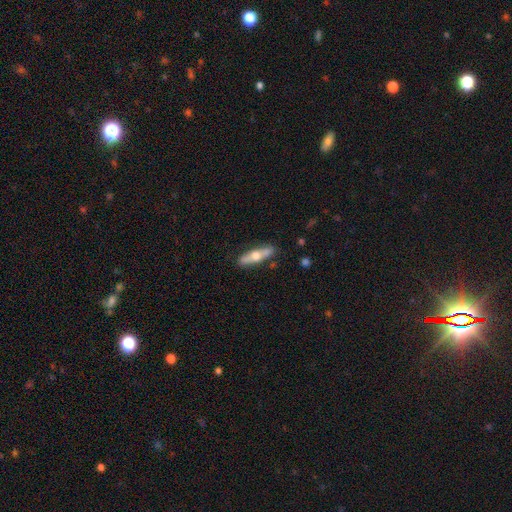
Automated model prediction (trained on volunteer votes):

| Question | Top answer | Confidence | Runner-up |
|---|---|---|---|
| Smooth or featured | smooth | 47% | tied: featured or disk (47%) |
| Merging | none | 83% | minor disturbance (12%) |